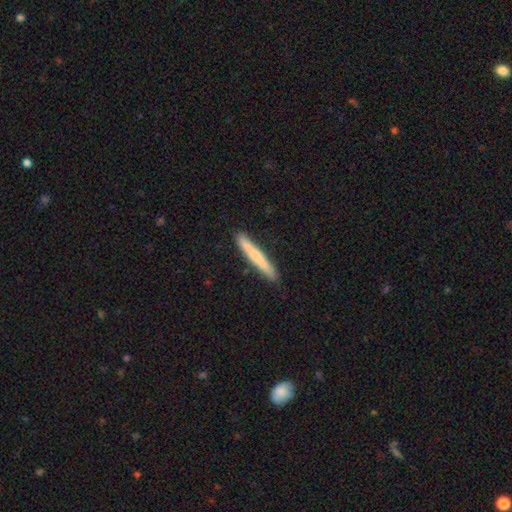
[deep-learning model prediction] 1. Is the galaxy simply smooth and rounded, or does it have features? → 70% smooth, 25% featured or disk, 6% star or artifact.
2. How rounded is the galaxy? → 96% cigar-shaped, 3% in between, 1% round.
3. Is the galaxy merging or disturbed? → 89% none, 8% minor disturbance, 1% major disturbance, 1% merger.